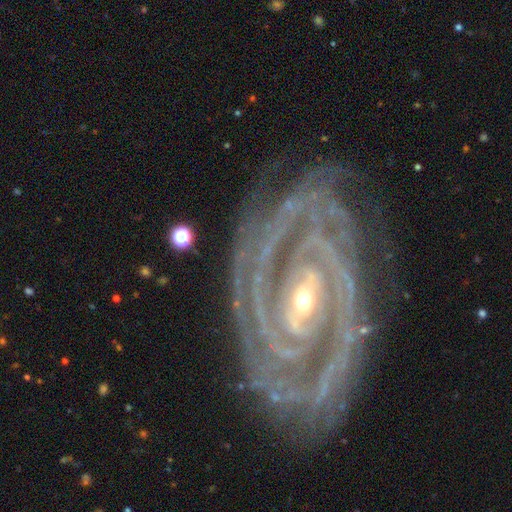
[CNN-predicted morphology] This appears to be a featured or disk galaxy (92%) with no bar (36%), 2 (41%) tight (84%) spiral arms (98%) and a small central bulge (65%). Merging: none (79%).